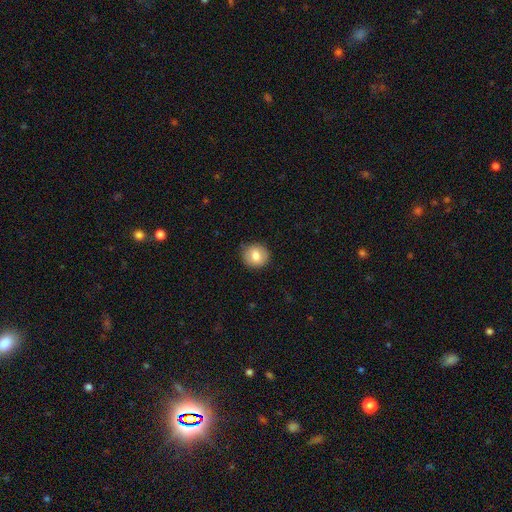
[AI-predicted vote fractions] Smooth or featured?
  - smooth: 79% *
  - featured or disk: 12%
  - star or artifact: 8%
How rounded?
  - round: 86% *
  - in between: 13%
  - cigar-shaped: 1%
Merging?
  - none: 85% *
  - minor disturbance: 12%
  - major disturbance: 2%
  - merger: 1%